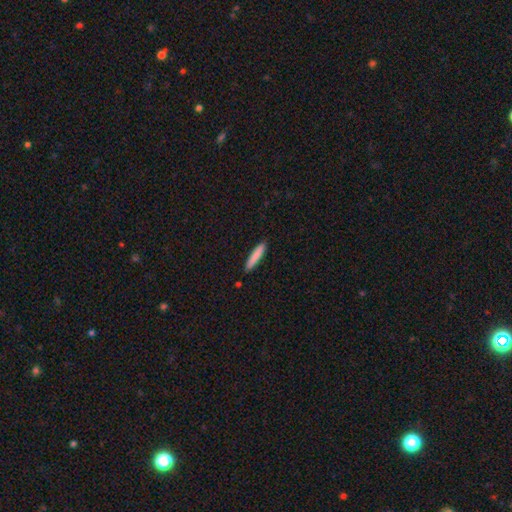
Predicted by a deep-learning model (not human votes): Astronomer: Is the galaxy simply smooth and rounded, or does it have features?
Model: smooth — 84%.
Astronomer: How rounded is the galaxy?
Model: cigar-shaped — 91%.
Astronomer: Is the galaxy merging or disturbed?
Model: none — 90%.